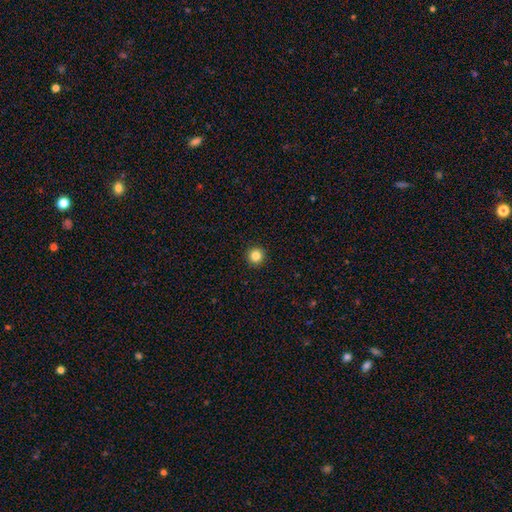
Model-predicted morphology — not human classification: Q: Smooth or featured?
A: smooth (84%); runner-up: star or artifact (11%)
Q: How rounded?
A: round (96%); runner-up: in between (3%)
Q: Merging?
A: none (94%); runner-up: minor disturbance (4%)